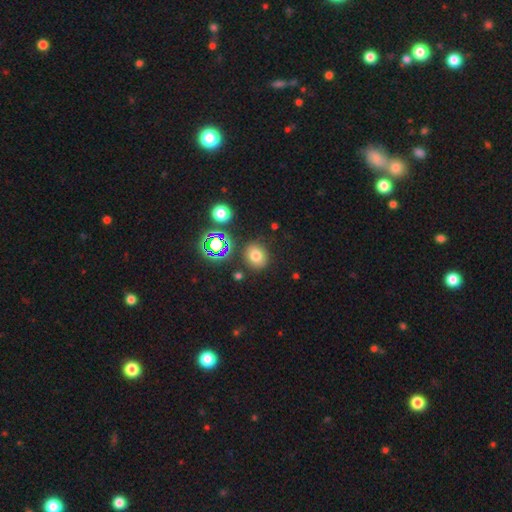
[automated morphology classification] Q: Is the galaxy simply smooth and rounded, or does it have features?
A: smooth — 70%.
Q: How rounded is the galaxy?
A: round — 72%.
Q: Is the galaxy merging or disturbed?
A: none — 80%.